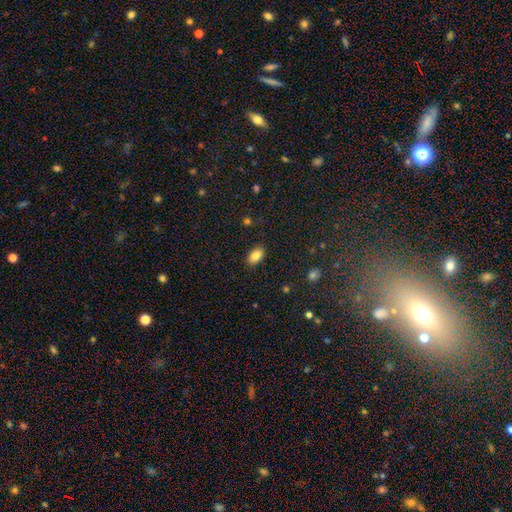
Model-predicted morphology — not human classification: Smooth or featured? smooth (85%)
How rounded? in between (91%)
Merging? none (87%)